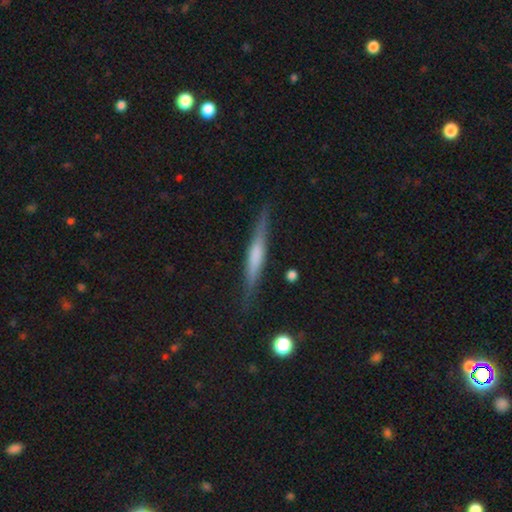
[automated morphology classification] A featured or disk galaxy (54%) viewed edge-on (96%) with a rounded central bulge (40%).

Vote fractions:
- Smooth or featured? featured or disk: 54% / smooth: 39% / star or artifact: 7%
- Edge-on disk? yes: 96% / no: 4%
- Edge-on bulge? rounded: 40% / none: 32% / boxy: 27%
- Merging? none: 85% / minor disturbance: 11% / major disturbance: 2% / merger: 1%